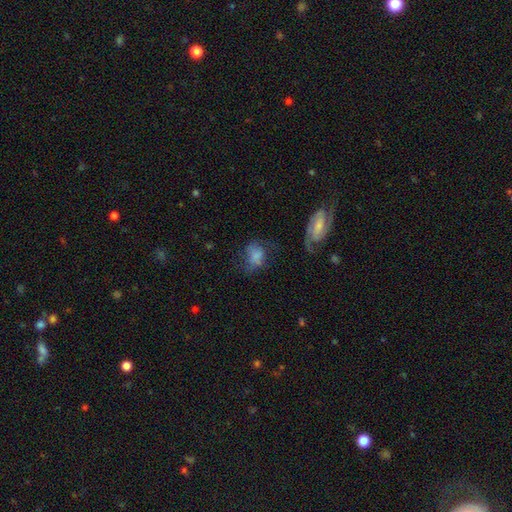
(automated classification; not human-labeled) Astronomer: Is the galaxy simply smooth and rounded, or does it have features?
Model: smooth — 62%.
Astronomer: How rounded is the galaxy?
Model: in between — 62%.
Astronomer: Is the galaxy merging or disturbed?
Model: none — 36% (runner-up: major disturbance, 30%).